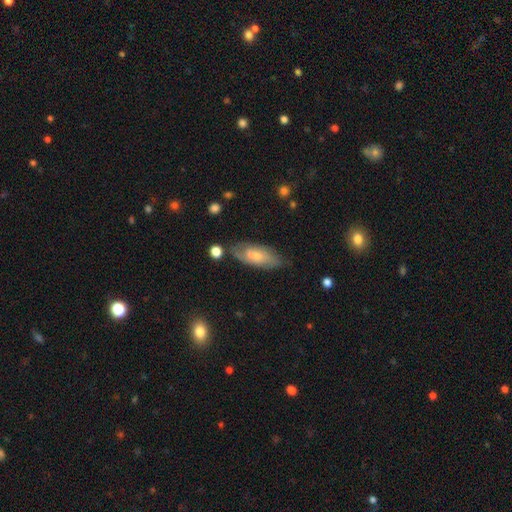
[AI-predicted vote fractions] smooth-or-featured: smooth: 58% | featured or disk: 35% | star or artifact: 7%
  how-rounded: in between: 81% | cigar-shaped: 16% | round: 3%
  merging: none: 63% | minor disturbance: 23% | merger: 8% | major disturbance: 6%